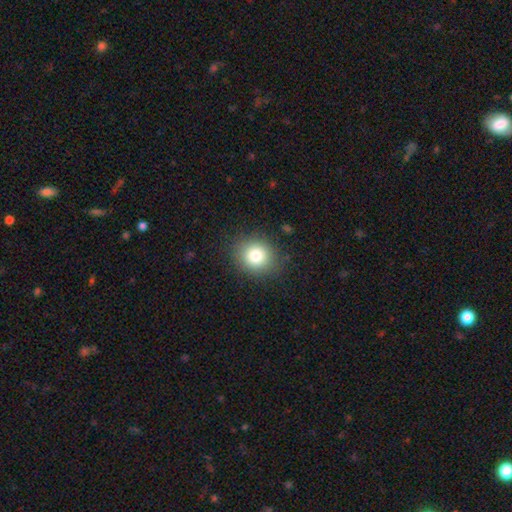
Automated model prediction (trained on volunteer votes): Morphology: type=smooth (82%); roundness=round (77%); merging=none (86%).